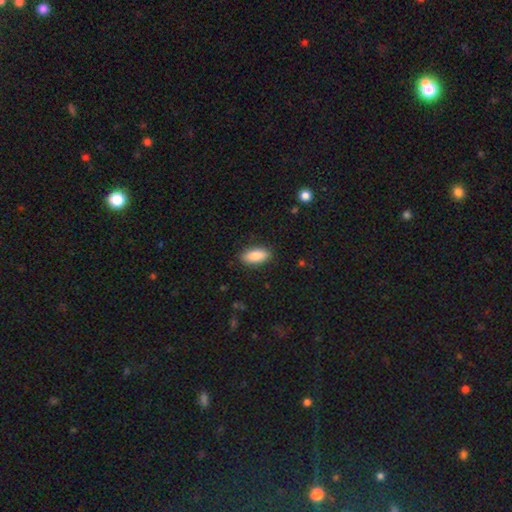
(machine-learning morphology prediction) smooth 87%, featured or disk 7%, star or artifact 6%. Down the decision tree: how rounded — in between (88%); merging — none (88%).